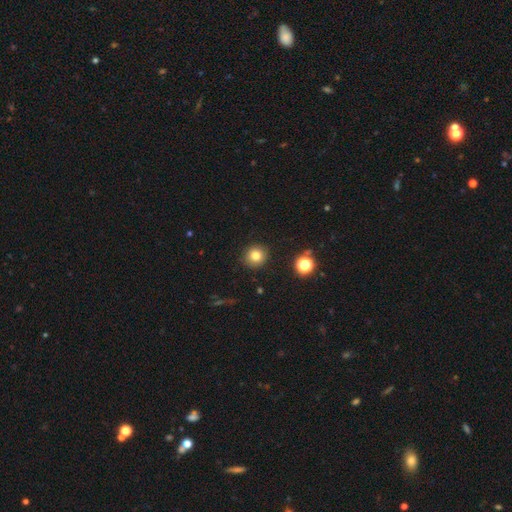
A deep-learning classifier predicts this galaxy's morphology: The model was most divided on "smooth or featured": smooth: 80%, star or artifact: 13%, featured or disk: 7%. More confident: how rounded — round (91%); merging — none (91%).